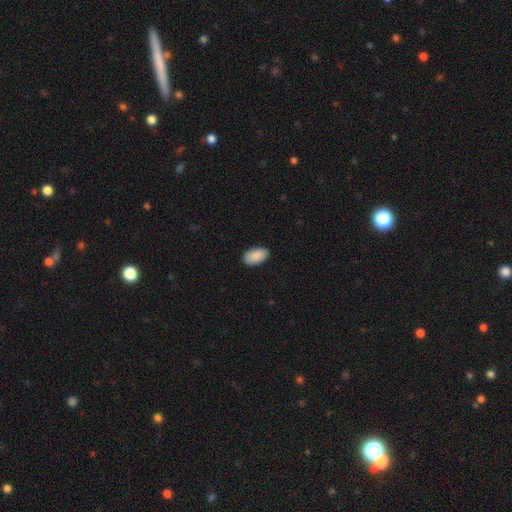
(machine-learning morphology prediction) A smooth galaxy with no disk features (90%) that is in between round and cigar-shaped (95%). Merging: none (89%).